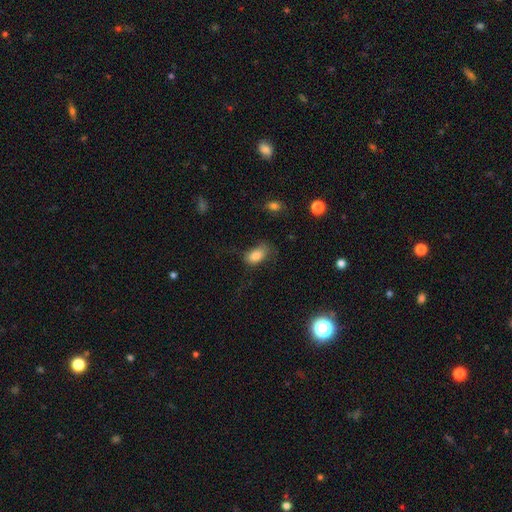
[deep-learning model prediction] The model was most divided on "merging": none: 49%, minor disturbance: 28%, major disturbance: 20%, merger: 2%. More confident: how rounded — in between (90%); smooth or featured — smooth (83%).